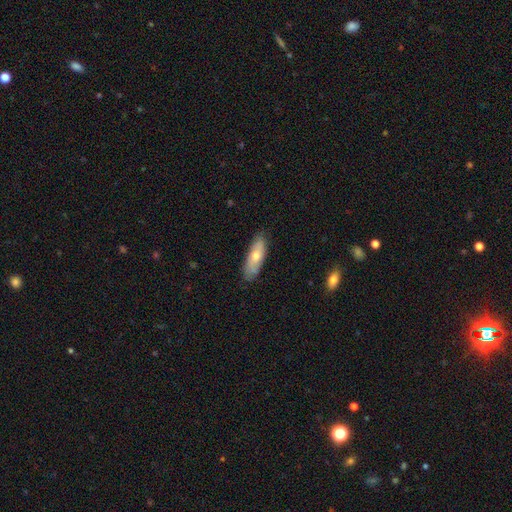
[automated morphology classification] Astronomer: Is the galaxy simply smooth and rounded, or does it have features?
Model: smooth — 60%.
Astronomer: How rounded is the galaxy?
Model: in between — 57% (runner-up: cigar-shaped, 41%).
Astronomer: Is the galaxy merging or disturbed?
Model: none — 83%.